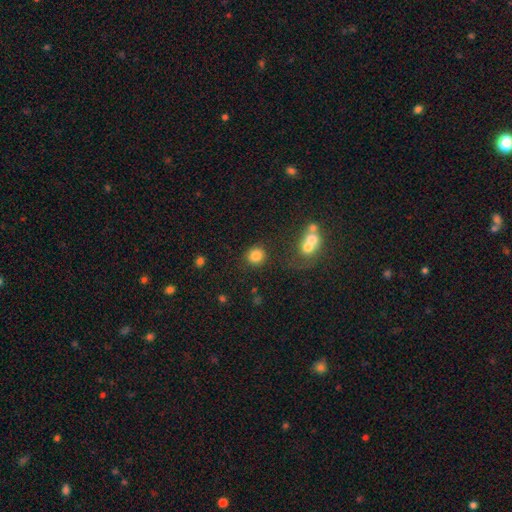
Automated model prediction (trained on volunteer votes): Morphology: type=smooth (83%); roundness=round (88%); merging=none (80%).